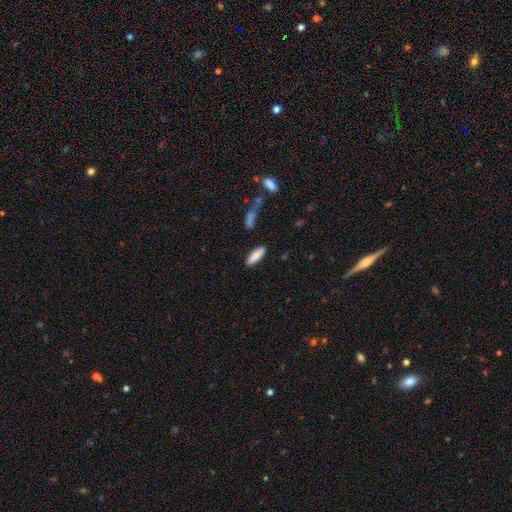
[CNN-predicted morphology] Smooth or featured? smooth (86%)
How rounded? cigar-shaped (54%)
Merging? none (86%)